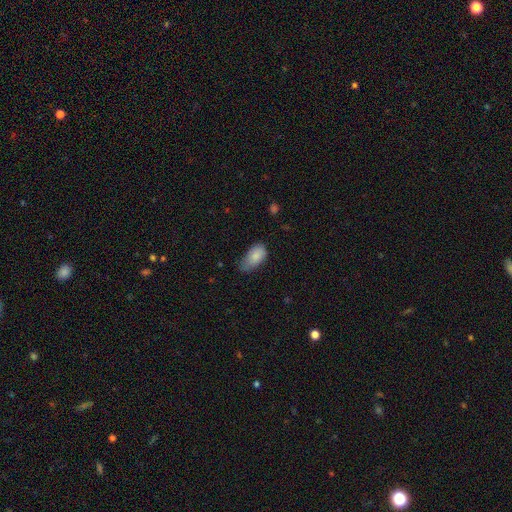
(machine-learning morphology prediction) smooth_or_featured: smooth (p=0.84) [alt: featured or disk p=0.09]
how_rounded: in between (p=0.93) [alt: round p=0.04]
merging: minor disturbance (p=0.45) [alt: none p=0.40]